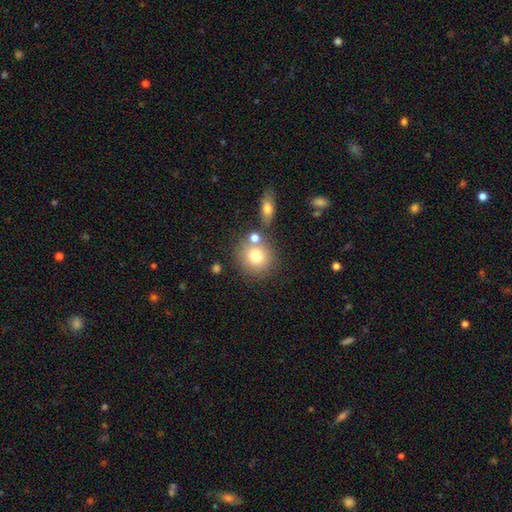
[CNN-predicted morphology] This appears to be a smooth galaxy with no disk features (76%) that is round (88%). Merging: none (66%).